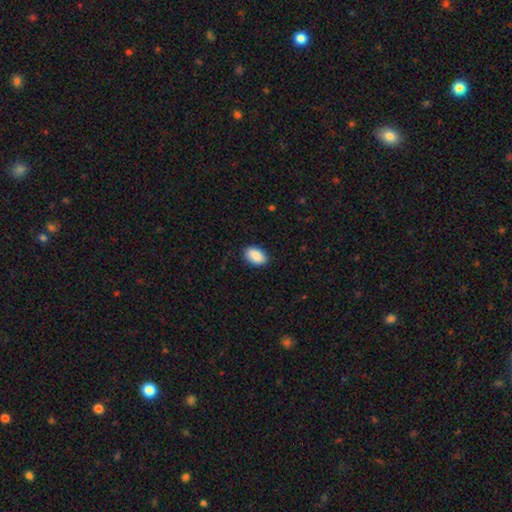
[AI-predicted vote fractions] Smooth or featured? Predicted: smooth (p=0.89). How rounded? Predicted: in between (p=0.91). Merging? Predicted: none (p=0.86).